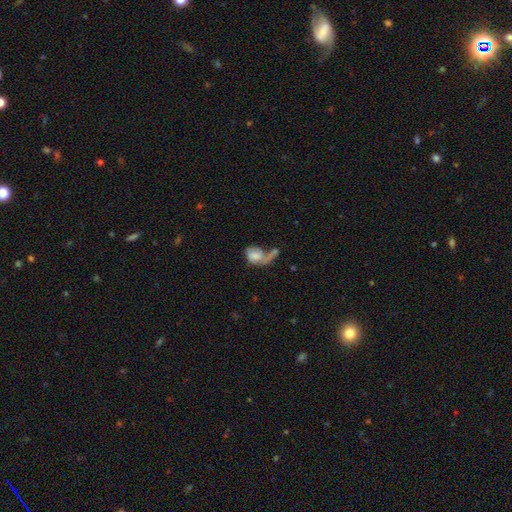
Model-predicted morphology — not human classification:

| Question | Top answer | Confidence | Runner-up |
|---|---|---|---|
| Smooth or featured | smooth | 60% | featured or disk (31%) |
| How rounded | in between | 67% | round (31%) |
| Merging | merger | 33% | major disturbance (31%) |